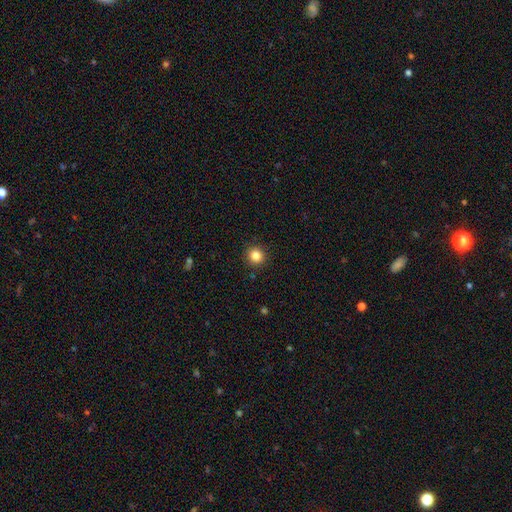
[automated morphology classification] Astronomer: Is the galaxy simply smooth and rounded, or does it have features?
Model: smooth — 84%.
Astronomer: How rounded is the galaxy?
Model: round — 94%.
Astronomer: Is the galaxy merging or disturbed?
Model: none — 92%.